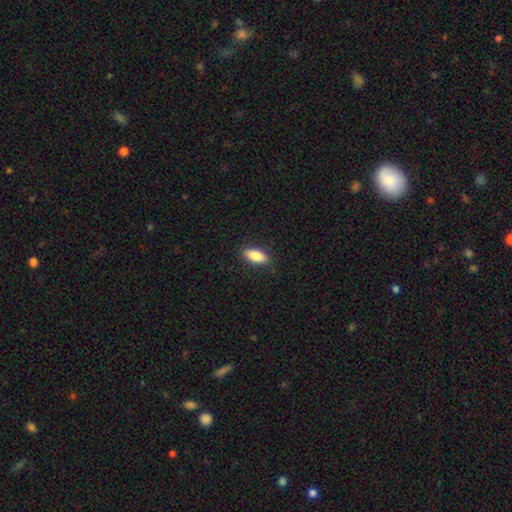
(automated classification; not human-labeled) smooth_or_featured: smooth (p=0.82) [alt: featured or disk p=0.12]
how_rounded: in between (p=0.79) [alt: cigar-shaped p=0.18]
merging: none (p=0.88) [alt: minor disturbance p=0.09]